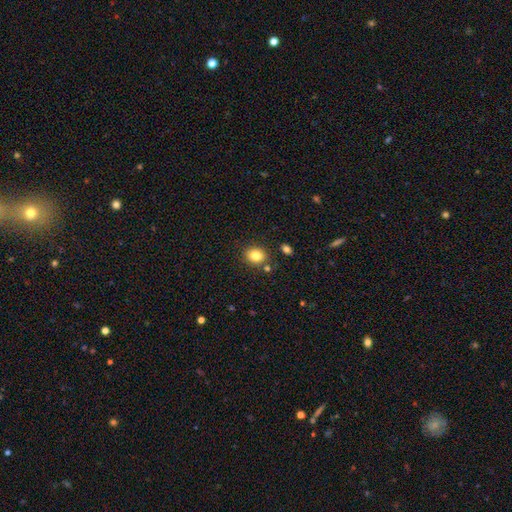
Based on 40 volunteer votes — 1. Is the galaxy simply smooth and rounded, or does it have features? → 88% smooth, 10% star or artifact, 2% featured or disk.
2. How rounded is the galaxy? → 57% round, 43% in between, 0% cigar-shaped.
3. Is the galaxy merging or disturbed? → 78% none, 11% merger, 6% minor disturbance, 6% major disturbance.